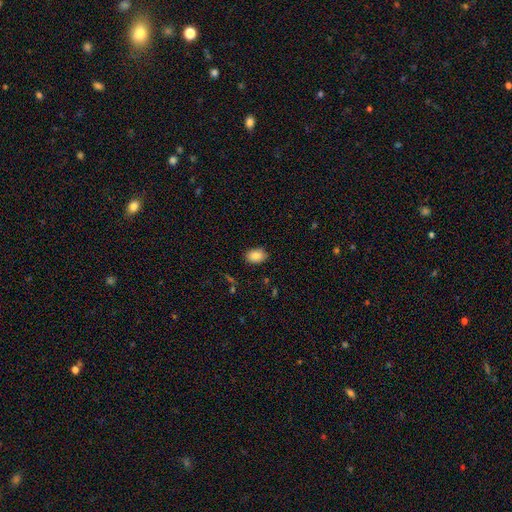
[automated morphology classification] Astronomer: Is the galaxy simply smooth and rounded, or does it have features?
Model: smooth — 86%.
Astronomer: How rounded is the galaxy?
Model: in between — 79%.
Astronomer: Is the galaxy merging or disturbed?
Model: none — 85%.